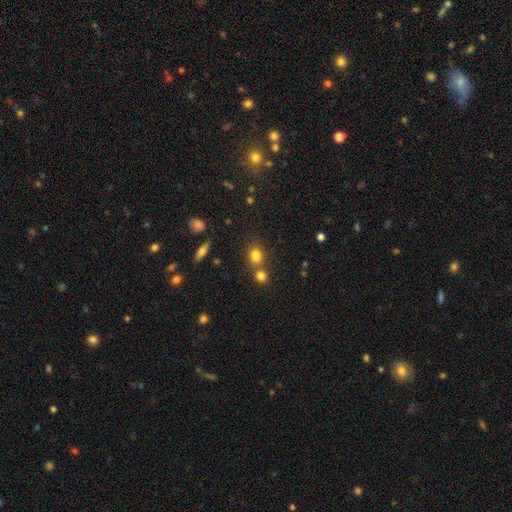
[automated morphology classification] A smooth galaxy with no disk features (79%) that is round (66%). Merging: none (56%).